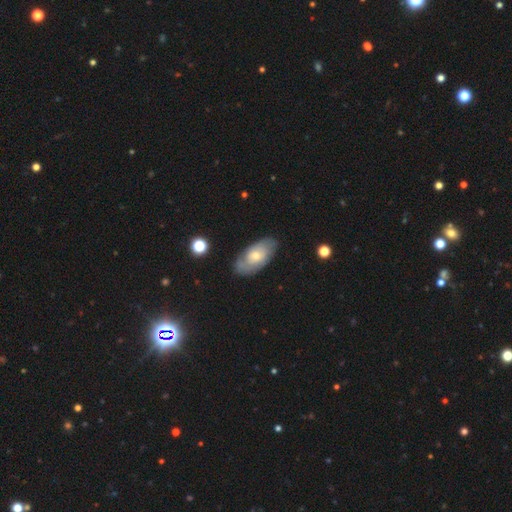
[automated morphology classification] featured or disk 54%, smooth 38%, star or artifact 7%. Down the decision tree: edge-on disk — no (89%); merging — none (75%).